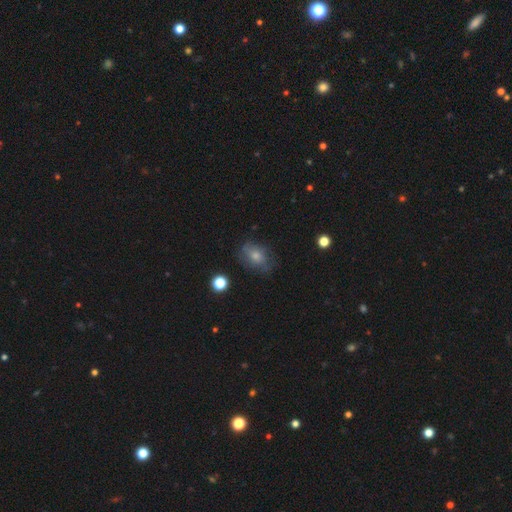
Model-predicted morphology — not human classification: smooth 69%, featured or disk 21%, star or artifact 10%. Down the decision tree: how rounded — in between (75%); merging — none (62%).